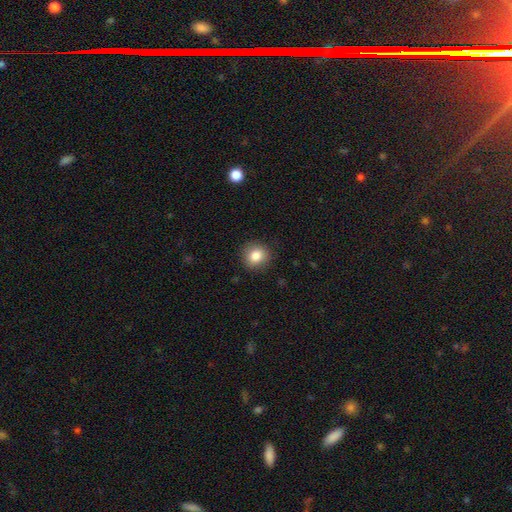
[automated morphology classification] Smooth or featured? Predicted: smooth (p=0.84). How rounded? Predicted: round (p=0.86). Merging? Predicted: none (p=0.88).